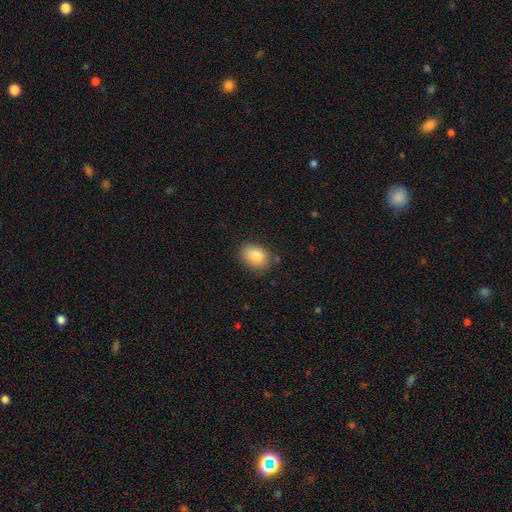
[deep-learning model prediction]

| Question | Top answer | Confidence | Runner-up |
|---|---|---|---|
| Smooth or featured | smooth | 86% | star or artifact (8%) |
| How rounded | in between | 81% | round (18%) |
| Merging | none | 81% | minor disturbance (14%) |